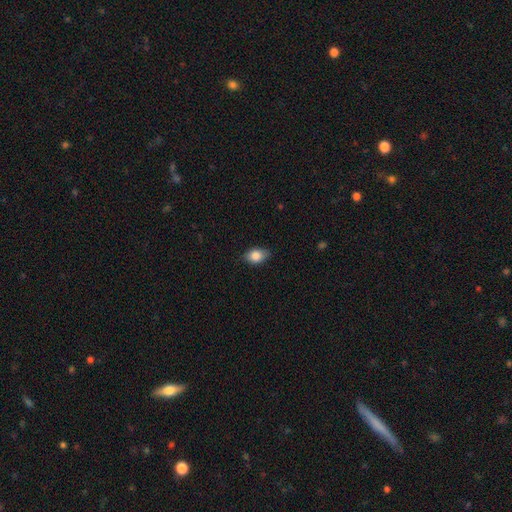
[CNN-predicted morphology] This appears to be a smooth galaxy with no disk features (84%) that is in between round and cigar-shaped (82%). Merging: none (79%).